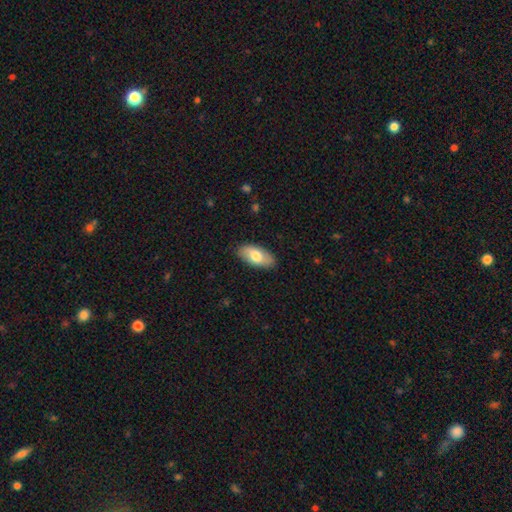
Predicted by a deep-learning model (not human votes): A smooth galaxy with no disk features (71%) that is in between round and cigar-shaped (93%). Merging: none (86%).